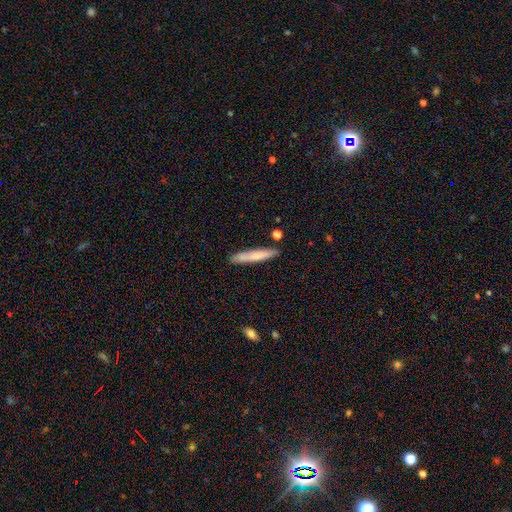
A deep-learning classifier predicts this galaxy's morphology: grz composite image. It shows a smooth galaxy with no disk features (70%) that is cigar-shaped (92%). Merging: none (85%).